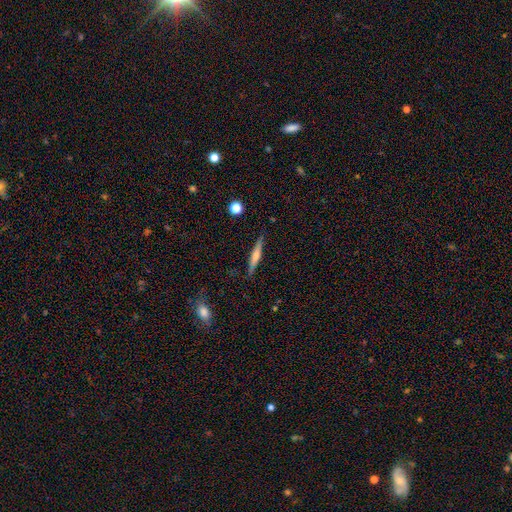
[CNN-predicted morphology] featured or disk 56%, smooth 37%, star or artifact 7%. Down the decision tree: edge-on disk — yes (97%); edge-on bulge — rounded (74%); merging — none (88%).